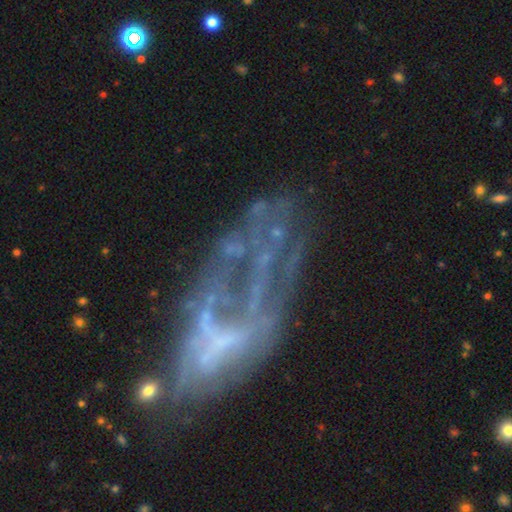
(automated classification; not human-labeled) Smooth or featured? featured or disk (66%)
Edge-on disk? no (94%)
Bar? no (77%)
Spiral arms? no (75%)
Bulge size? none (72%)
Merging? major disturbance (43%)